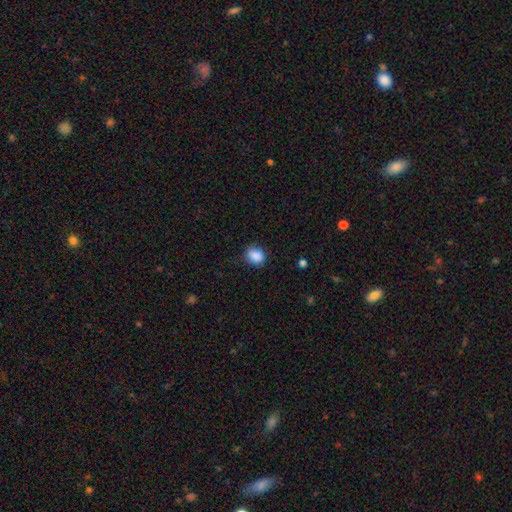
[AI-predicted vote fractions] smooth_or_featured: smooth (p=0.88) [alt: star or artifact p=0.08]
how_rounded: round (p=0.55) [alt: in between p=0.44]
merging: none (p=0.78) [alt: minor disturbance p=0.17]